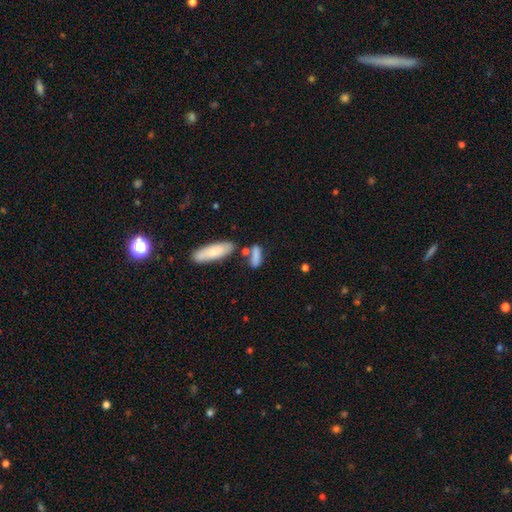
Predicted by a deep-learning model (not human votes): smooth-or-featured: smooth: 78% | featured or disk: 13% | star or artifact: 9%
  how-rounded: cigar-shaped: 55% | in between: 40% | round: 4%
  merging: none: 56% | merger: 22% | minor disturbance: 16% | major disturbance: 6%